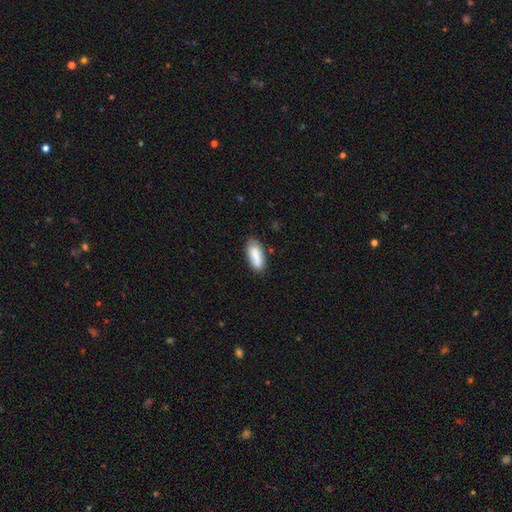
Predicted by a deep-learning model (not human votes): Smooth or featured? Predicted: smooth (p=0.83). How rounded? Predicted: in between (p=0.81). Merging? Predicted: none (p=0.75).